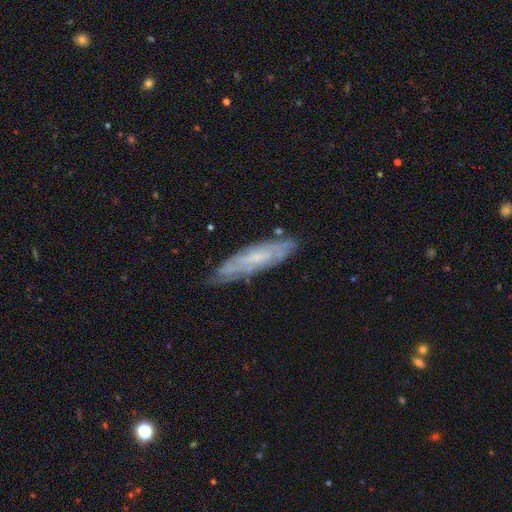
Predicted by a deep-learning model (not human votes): A featured or disk galaxy (57%). Merging: none (83%).